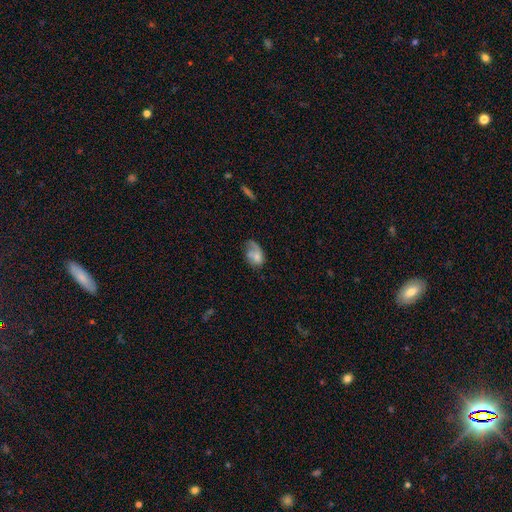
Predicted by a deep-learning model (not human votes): Smooth or featured? smooth (53%)
How rounded? in between (83%)
Merging? major disturbance (33%)